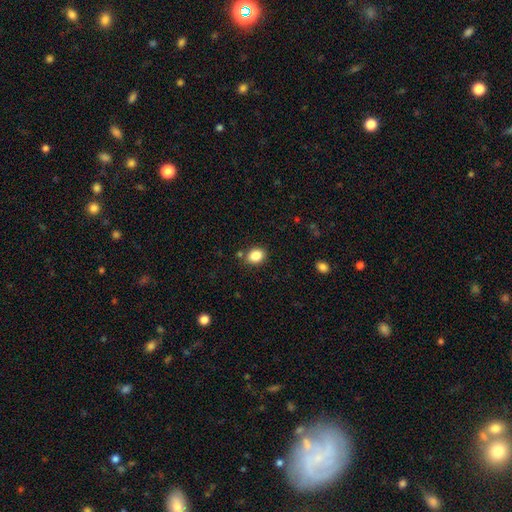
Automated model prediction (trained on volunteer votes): A smooth galaxy with no disk features (86%) that is in between round and cigar-shaped (59%).

Vote fractions:
- Smooth or featured? smooth: 86% / star or artifact: 9% / featured or disk: 5%
- How rounded? in between: 59% / round: 40% / cigar-shaped: 1%
- Merging? none: 83% / minor disturbance: 10% / merger: 5% / major disturbance: 3%